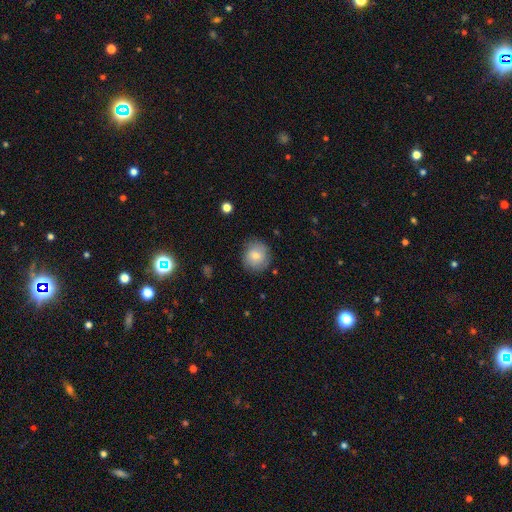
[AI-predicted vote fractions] The model was most divided on "smooth or featured": smooth: 73%, featured or disk: 19%, star or artifact: 8%. More confident: how rounded — round (88%); merging — none (80%).